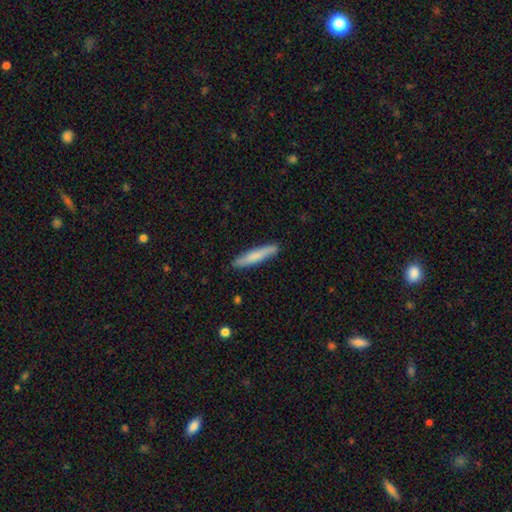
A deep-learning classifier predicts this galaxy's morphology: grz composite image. It shows a smooth galaxy with no disk features (75%) that is cigar-shaped (92%). Merging: none (89%).